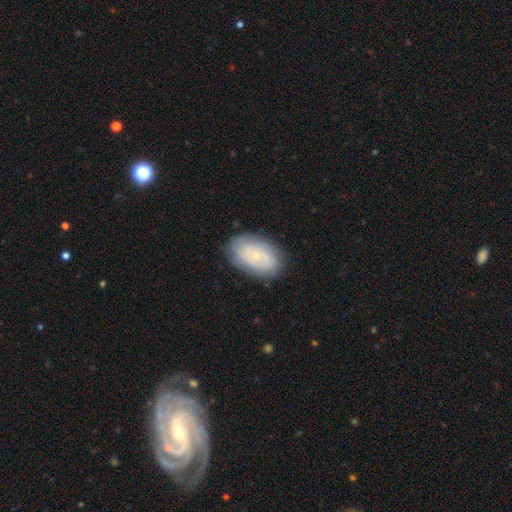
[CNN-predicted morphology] A featured or disk galaxy (60%) with no bar (76%), spiral arms (84%) and a small central bulge (81%). Merging: none (80%).